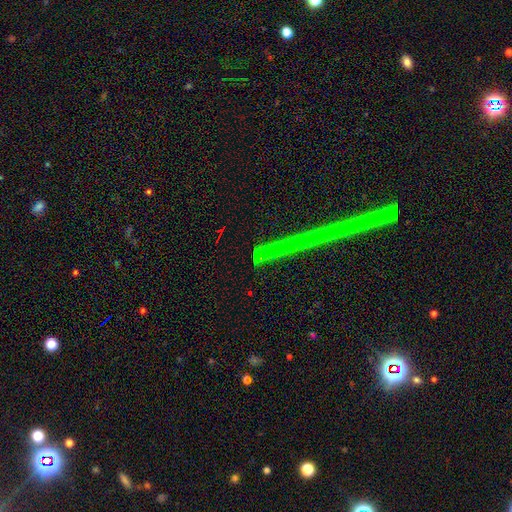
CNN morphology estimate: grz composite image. It shows a star or artifact, not a galaxy (74%).